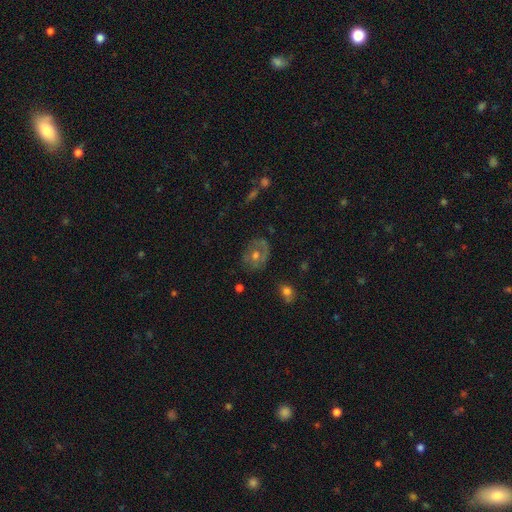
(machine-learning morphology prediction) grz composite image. It shows a featured or disk galaxy (50%). Merging: none (66%).